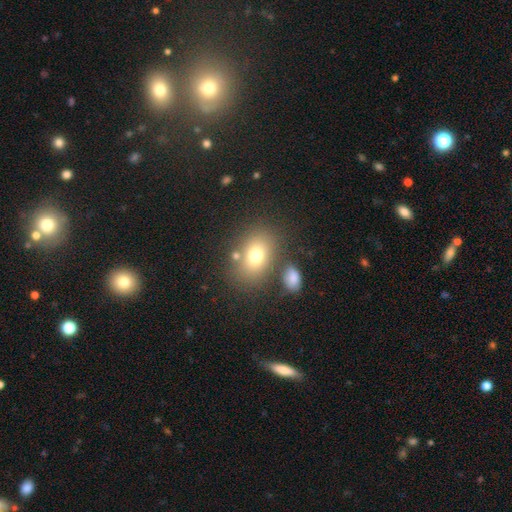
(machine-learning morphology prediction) This is likely a smooth galaxy (74%). How rounded: likely in between (67%). Merging: likely none (72%).